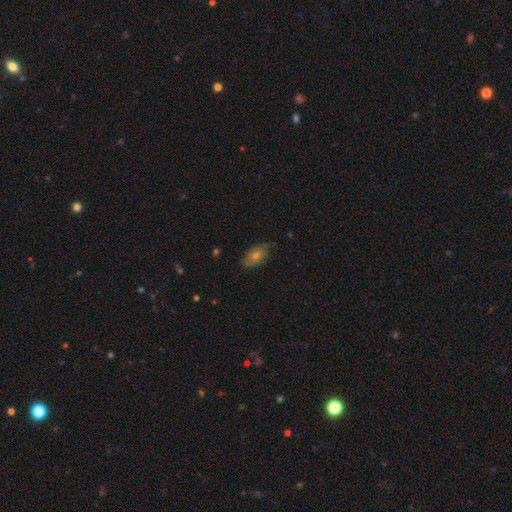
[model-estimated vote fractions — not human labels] Smooth or featured: smooth — 50% (featured or disk — 35%)
How rounded: in between — 84% (round — 11%)
Merging: none — 76% (minor disturbance — 19%)